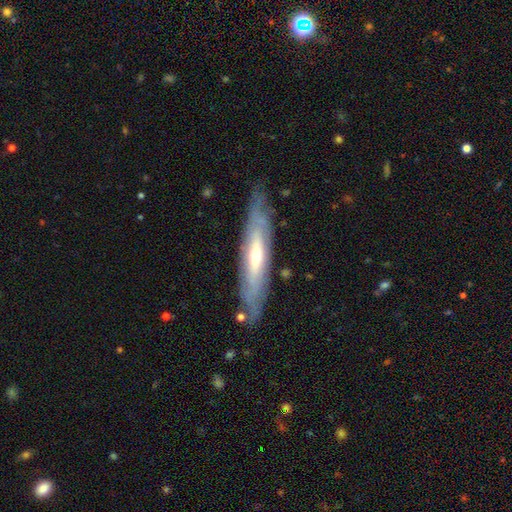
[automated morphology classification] A featured or disk galaxy (74%) viewed edge-on (53%).

Vote fractions:
- Smooth or featured? featured or disk: 74% / smooth: 20% / star or artifact: 6%
- Edge-on disk? yes: 53% / no: 47%
- Merging? none: 80% / minor disturbance: 15% / major disturbance: 4% / merger: 2%